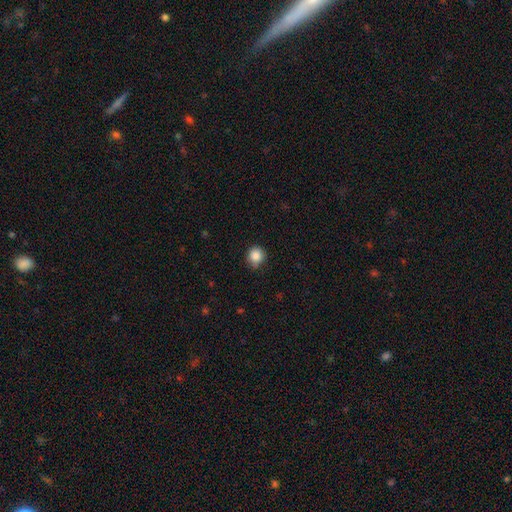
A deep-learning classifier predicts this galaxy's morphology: Smooth or featured?
  - smooth: 87% *
  - star or artifact: 10%
  - featured or disk: 3%
How rounded?
  - round: 90% *
  - in between: 9%
  - cigar-shaped: 1%
Merging?
  - none: 78% *
  - minor disturbance: 17%
  - major disturbance: 3%
  - merger: 1%